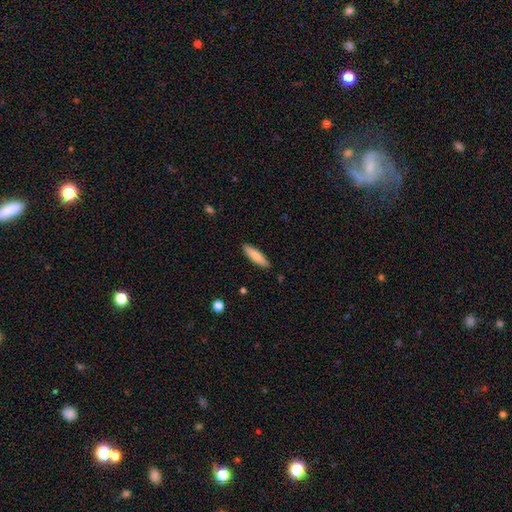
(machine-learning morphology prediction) This is clearly a smooth galaxy (81%). How rounded: likely cigar-shaped (71%). Merging: clearly none (89%).